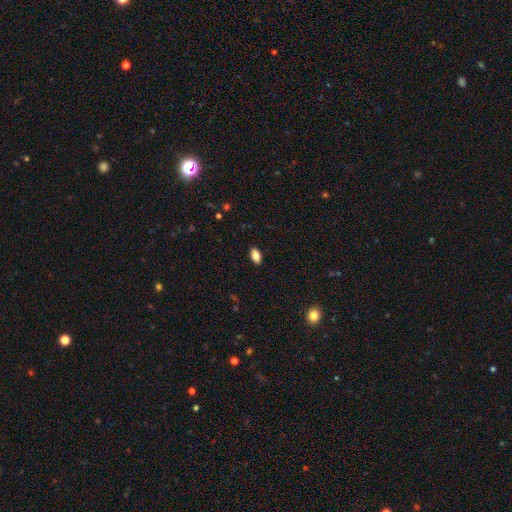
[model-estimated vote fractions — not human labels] Smooth or featured? Predicted: smooth (p=0.83). How rounded? Predicted: in between (p=0.91). Merging? Predicted: none (p=0.89).